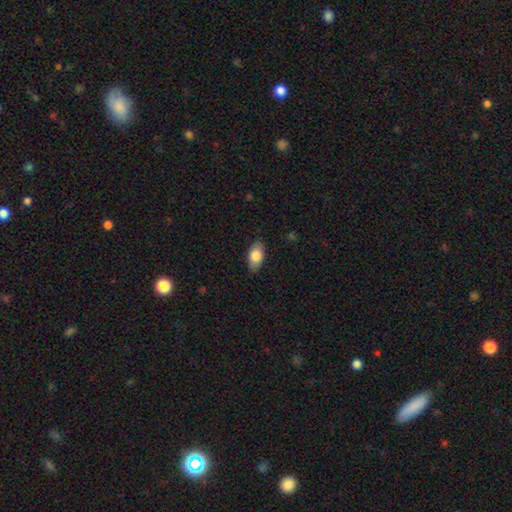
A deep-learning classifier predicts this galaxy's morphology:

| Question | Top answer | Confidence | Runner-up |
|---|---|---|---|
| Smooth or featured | smooth | 81% | featured or disk (13%) |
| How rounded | in between | 92% | round (5%) |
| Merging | none | 85% | minor disturbance (12%) |